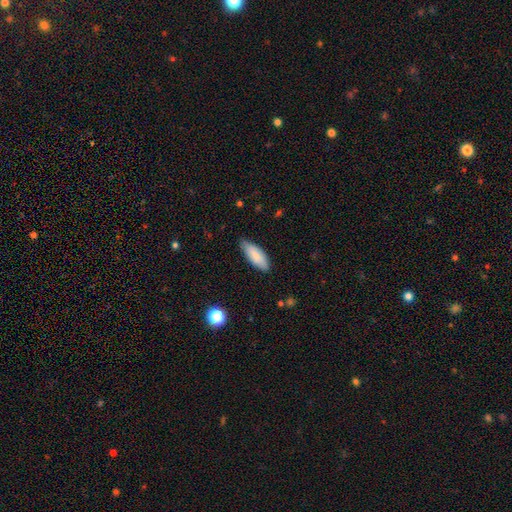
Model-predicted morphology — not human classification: smooth_or_featured: smooth (p=0.81) [alt: featured or disk p=0.13]
how_rounded: in between (p=0.74) [alt: cigar-shaped p=0.25]
merging: none (p=0.79) [alt: minor disturbance p=0.17]